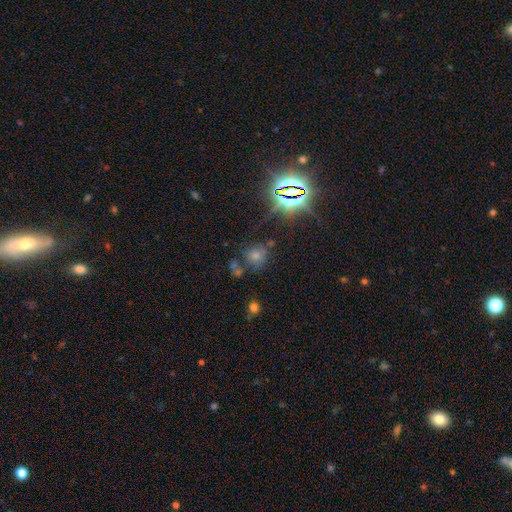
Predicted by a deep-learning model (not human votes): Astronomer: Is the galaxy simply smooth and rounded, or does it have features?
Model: star or artifact — 60%.